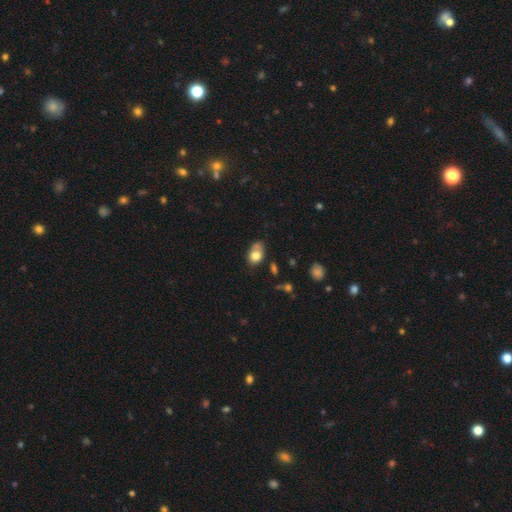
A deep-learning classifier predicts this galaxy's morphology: Smooth or featured: smooth — 75% (featured or disk — 16%)
How rounded: in between — 76% (round — 22%)
Merging: none — 42% (minor disturbance — 33%)